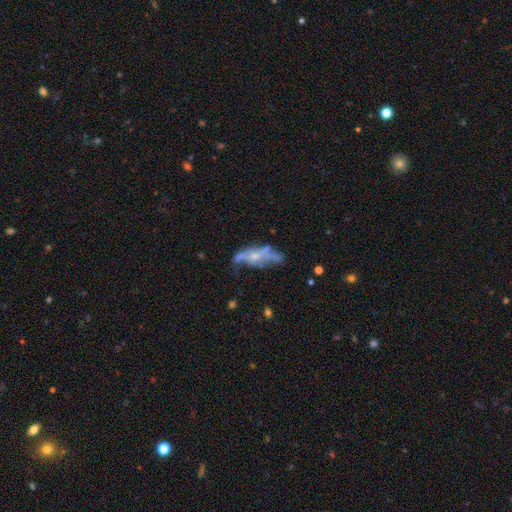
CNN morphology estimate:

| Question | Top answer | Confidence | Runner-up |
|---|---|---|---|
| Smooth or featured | featured or disk | 61% | smooth (27%) |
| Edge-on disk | no | 76% | yes (24%) |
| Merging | none | 35% | major disturbance (29%) |